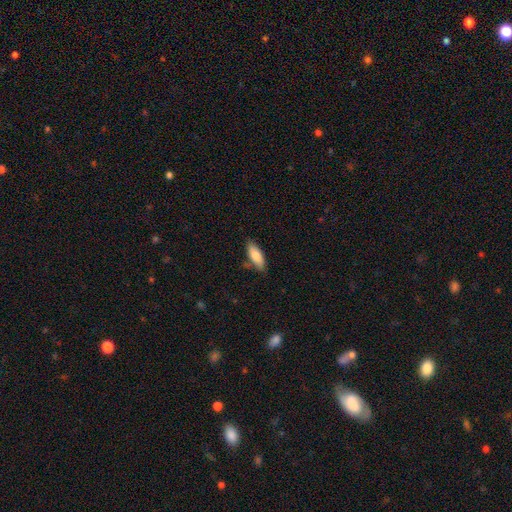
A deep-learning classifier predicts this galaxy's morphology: smooth_or_featured: smooth (p=0.82) [alt: featured or disk p=0.12]
how_rounded: in between (p=0.72) [alt: cigar-shaped p=0.26]
merging: none (p=0.77) [alt: minor disturbance p=0.16]